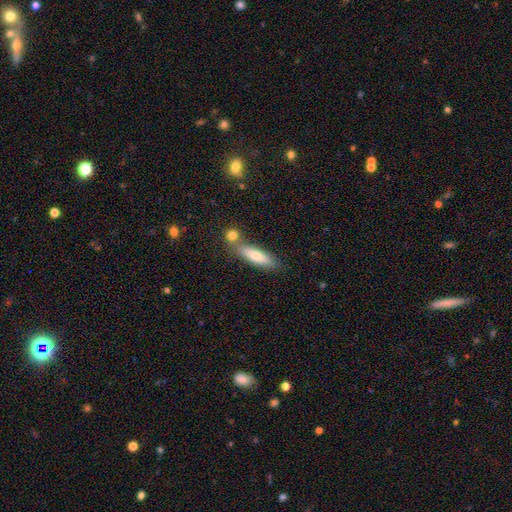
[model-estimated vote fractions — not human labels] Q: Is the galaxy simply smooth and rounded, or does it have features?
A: smooth — 67%.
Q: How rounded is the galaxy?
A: cigar-shaped — 72%.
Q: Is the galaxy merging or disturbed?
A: none — 72%.